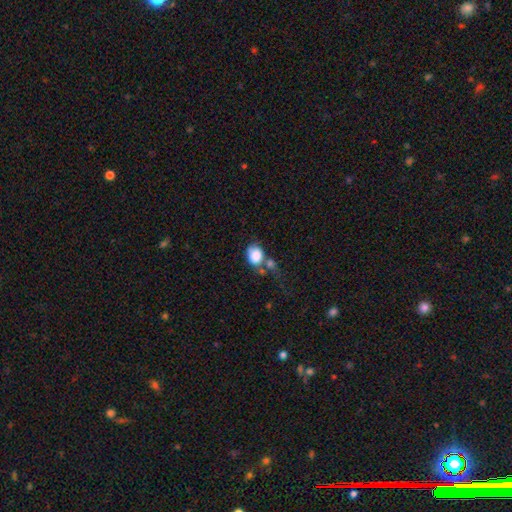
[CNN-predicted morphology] A smooth galaxy with no disk features (82%) that is in between round and cigar-shaped (55%).

Vote fractions:
- Smooth or featured? smooth: 82% / featured or disk: 10% / star or artifact: 8%
- How rounded? in between: 55% / round: 44% / cigar-shaped: 1%
- Merging? merger: 33% / none: 31% / minor disturbance: 19% / major disturbance: 17%